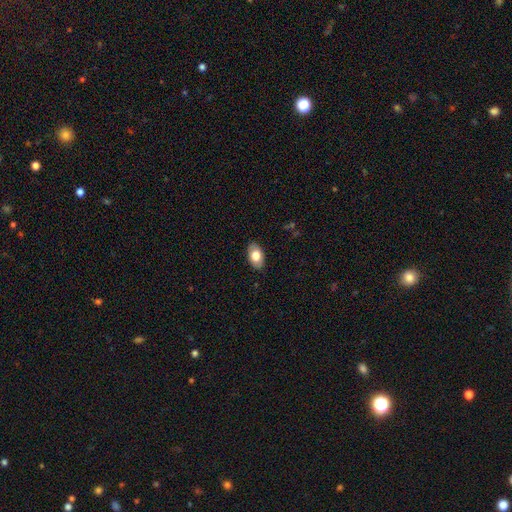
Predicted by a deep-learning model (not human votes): Overall: smooth (77%). How rounded: in between (92%). Merging: none (87%).